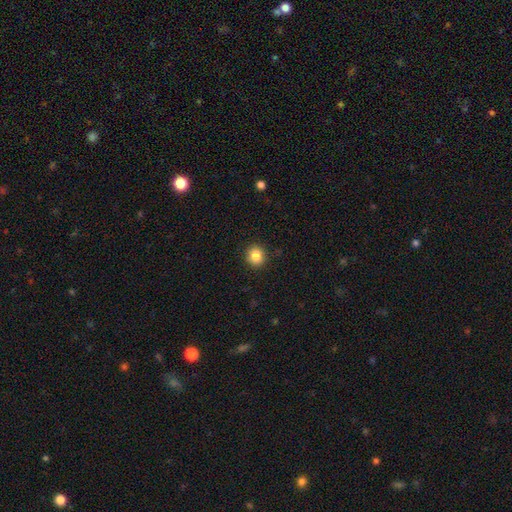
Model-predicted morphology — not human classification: This appears to be a smooth galaxy with no disk features (84%) that is round (86%). Merging: none (91%).